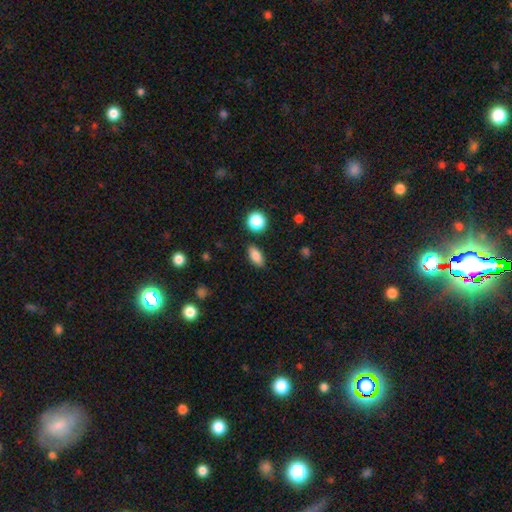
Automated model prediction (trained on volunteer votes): Morphology: type=smooth (83%); roundness=in between (81%); merging=none (86%).